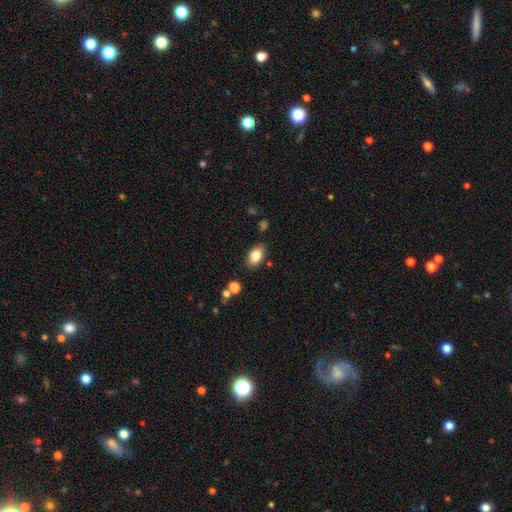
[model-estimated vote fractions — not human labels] Smooth or featured: smooth — 83% (featured or disk — 9%)
How rounded: in between — 90% (round — 8%)
Merging: none — 83% (minor disturbance — 11%)